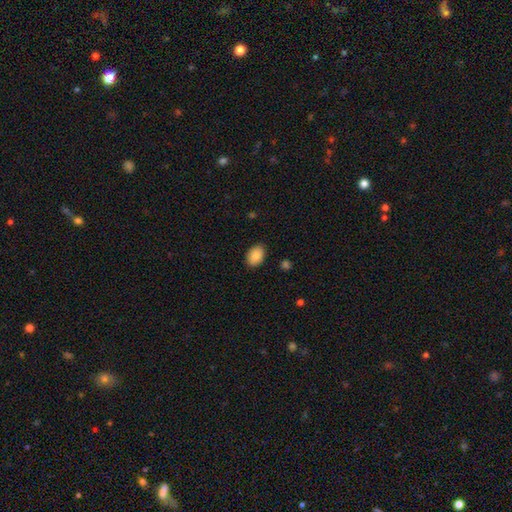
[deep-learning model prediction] This is clearly a smooth galaxy (87%). How rounded: clearly in between (84%). Merging: clearly none (86%).